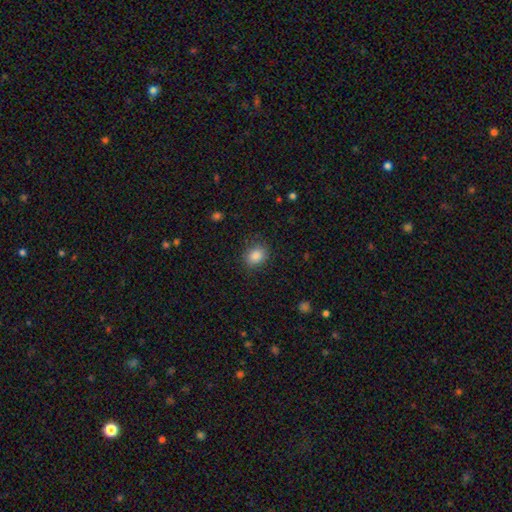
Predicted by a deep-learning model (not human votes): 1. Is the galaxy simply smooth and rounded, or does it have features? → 86% smooth, 9% star or artifact, 4% featured or disk.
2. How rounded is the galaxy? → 57% round, 42% in between, 1% cigar-shaped.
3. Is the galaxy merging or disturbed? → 85% none, 10% minor disturbance, 3% major disturbance, 1% merger.